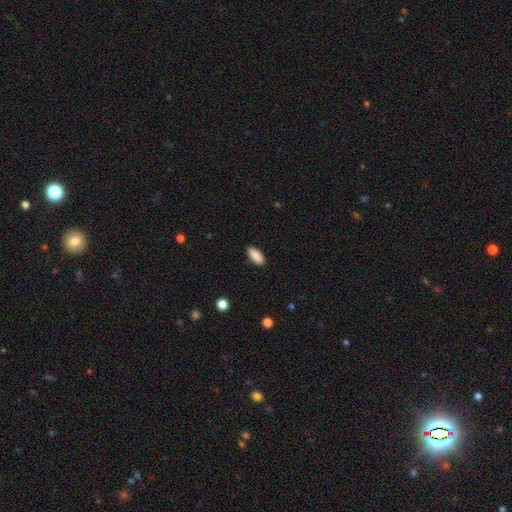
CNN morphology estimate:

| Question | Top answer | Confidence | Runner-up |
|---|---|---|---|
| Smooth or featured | smooth | 89% | star or artifact (6%) |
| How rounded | in between | 86% | cigar-shaped (12%) |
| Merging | none | 89% | minor disturbance (8%) |